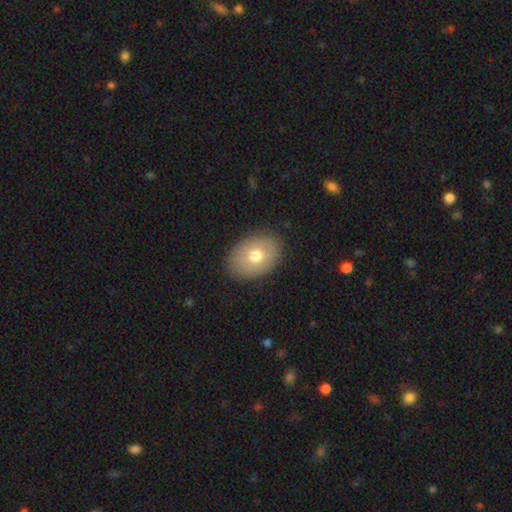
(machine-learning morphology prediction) Smooth or featured?
  - smooth: 71% *
  - featured or disk: 21%
  - star or artifact: 8%
How rounded?
  - in between: 79% *
  - round: 20%
  - cigar-shaped: 1%
Merging?
  - none: 88% *
  - minor disturbance: 9%
  - major disturbance: 2%
  - merger: 1%